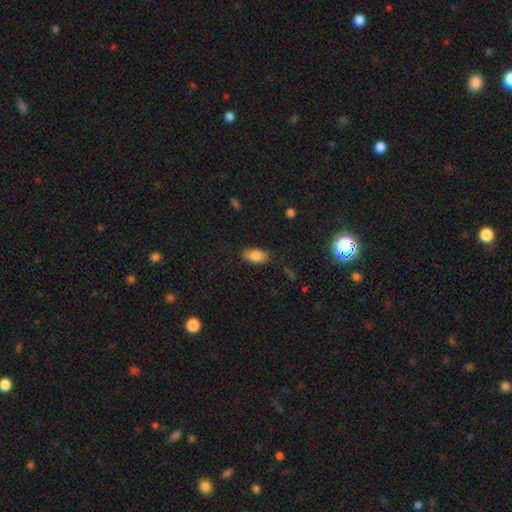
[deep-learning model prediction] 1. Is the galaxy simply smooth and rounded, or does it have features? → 82% smooth, 9% featured or disk, 8% star or artifact.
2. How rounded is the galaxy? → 91% in between, 6% round, 4% cigar-shaped.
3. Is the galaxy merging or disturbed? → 80% none, 15% minor disturbance, 3% major disturbance, 1% merger.